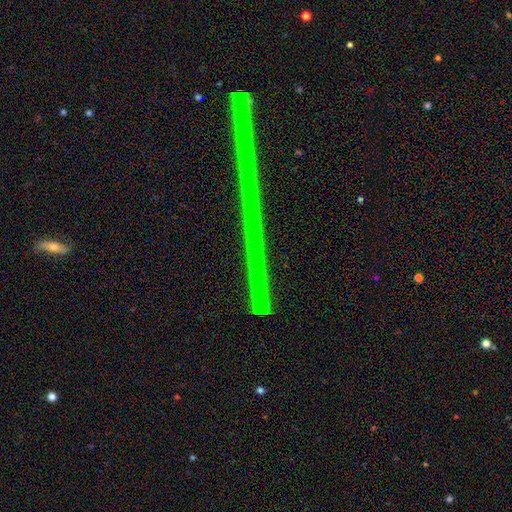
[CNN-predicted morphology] A star or artifact, not a galaxy (62%).

Vote fractions:
- Smooth or featured? star or artifact: 62% / featured or disk: 26% / smooth: 12%